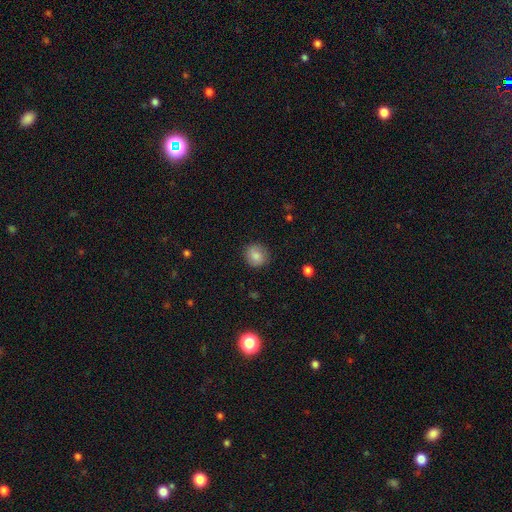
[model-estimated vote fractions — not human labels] Smooth or featured? Predicted: smooth (p=0.83). How rounded? Predicted: round (p=0.83). Merging? Predicted: none (p=0.85).